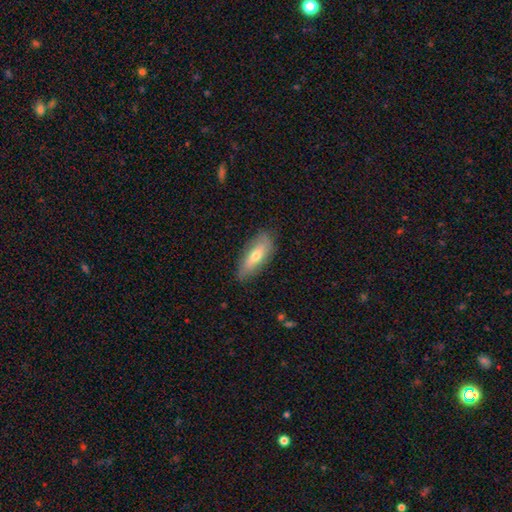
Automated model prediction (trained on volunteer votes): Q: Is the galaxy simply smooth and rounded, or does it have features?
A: smooth — 59%.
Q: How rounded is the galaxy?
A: in between — 65%.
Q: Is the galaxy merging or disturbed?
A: none — 77%.